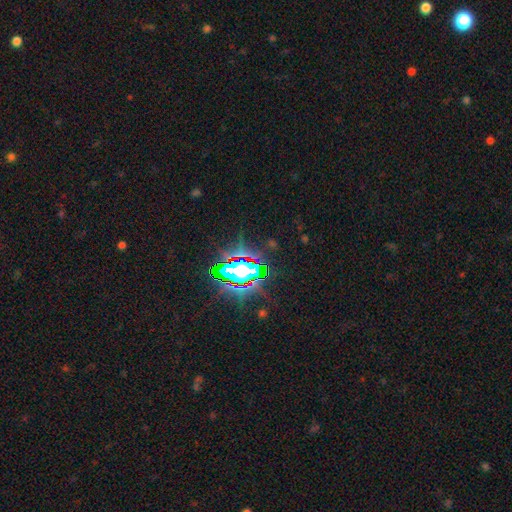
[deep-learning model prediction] Smooth or featured?
  - star or artifact: 82% *
  - smooth: 10%
  - featured or disk: 8%